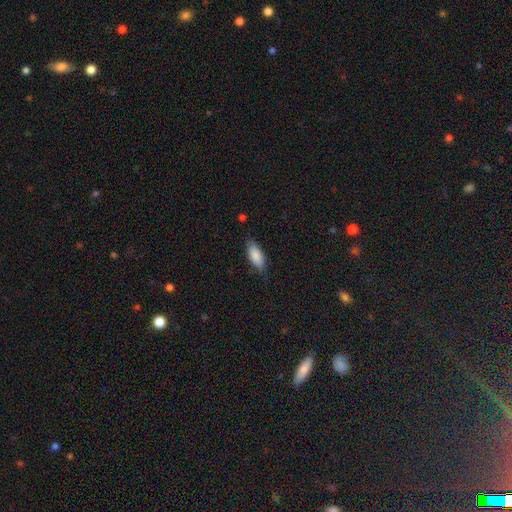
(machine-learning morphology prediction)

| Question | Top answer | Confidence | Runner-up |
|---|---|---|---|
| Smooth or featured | smooth | 87% | featured or disk (7%) |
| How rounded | in between | 84% | cigar-shaped (15%) |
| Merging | none | 78% | minor disturbance (17%) |